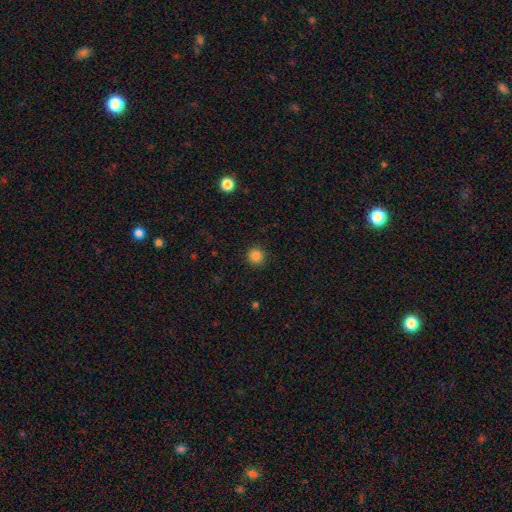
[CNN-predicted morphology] Q: Smooth or featured?
A: smooth (86%); runner-up: star or artifact (11%)
Q: How rounded?
A: round (94%); runner-up: in between (5%)
Q: Merging?
A: none (91%); runner-up: minor disturbance (6%)